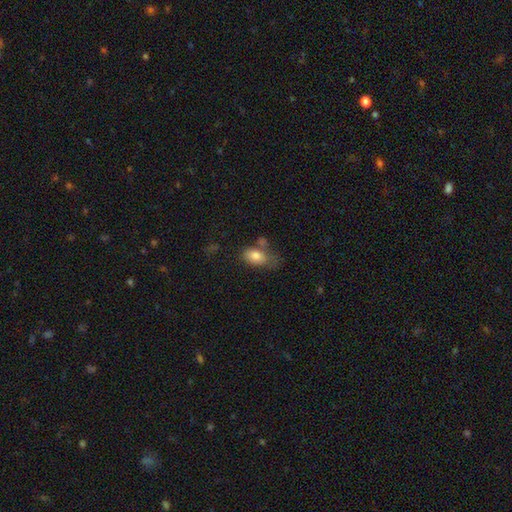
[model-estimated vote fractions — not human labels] Morphology: type=smooth (79%); roundness=in between (88%); merging=none (40%).